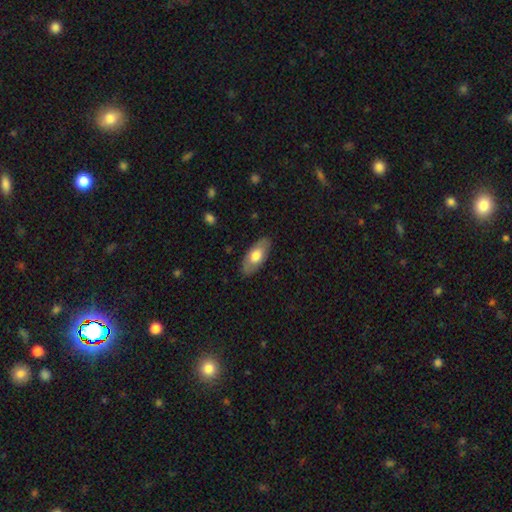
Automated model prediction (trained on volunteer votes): This is likely a smooth galaxy (64%). How rounded: clearly in between (89%). Merging: clearly none (85%).